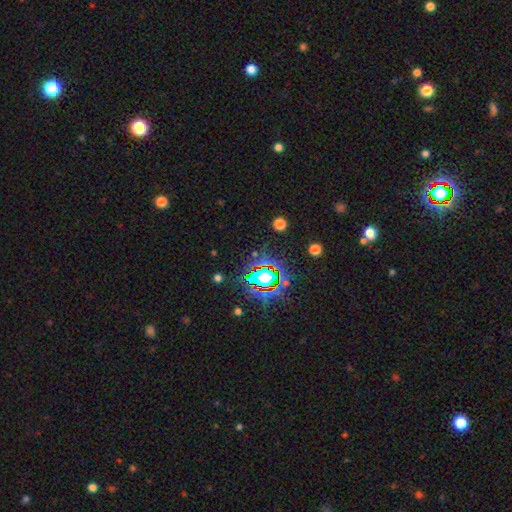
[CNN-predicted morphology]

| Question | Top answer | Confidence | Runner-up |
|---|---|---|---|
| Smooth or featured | star or artifact | 78% | smooth (13%) |